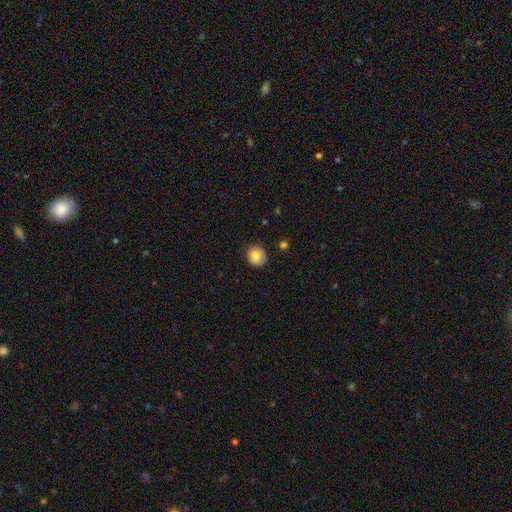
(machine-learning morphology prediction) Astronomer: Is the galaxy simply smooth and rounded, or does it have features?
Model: smooth — 78%.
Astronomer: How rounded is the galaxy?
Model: round — 79%.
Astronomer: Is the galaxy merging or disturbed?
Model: none — 84%.